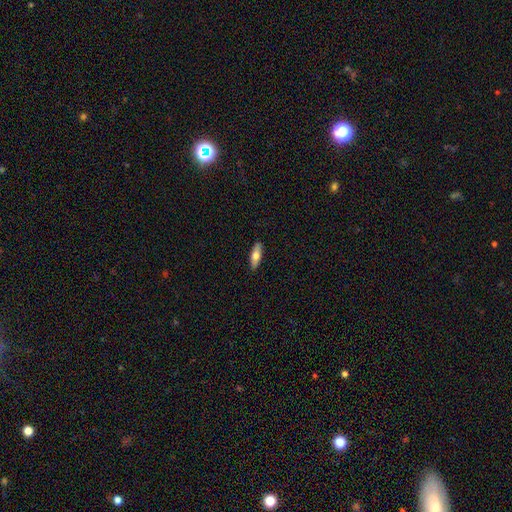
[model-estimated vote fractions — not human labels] smooth_or_featured: smooth (p=0.68) [alt: featured or disk p=0.26]
how_rounded: in between (p=0.60) [alt: cigar-shaped p=0.37]
merging: none (p=0.89) [alt: minor disturbance p=0.08]